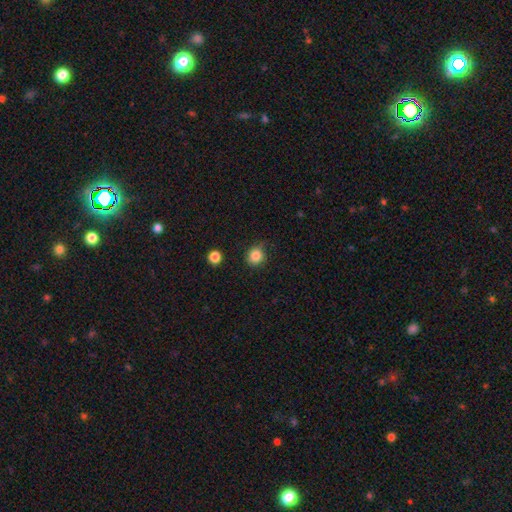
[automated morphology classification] Overall: smooth (83%). How rounded: round (86%). Merging: none (75%).